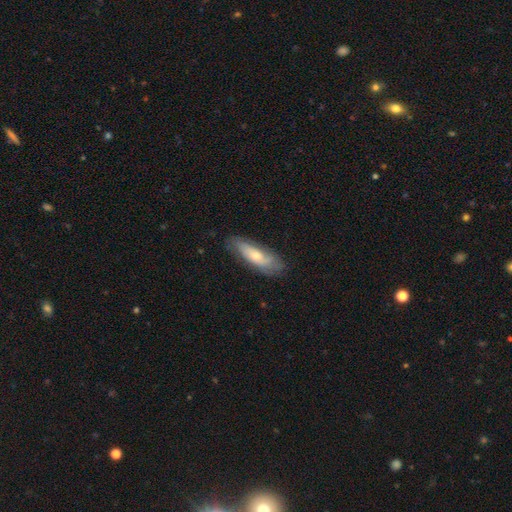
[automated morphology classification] This appears to be a smooth galaxy with no disk features (53%) that is in between round and cigar-shaped (53%). Merging: none (71%).